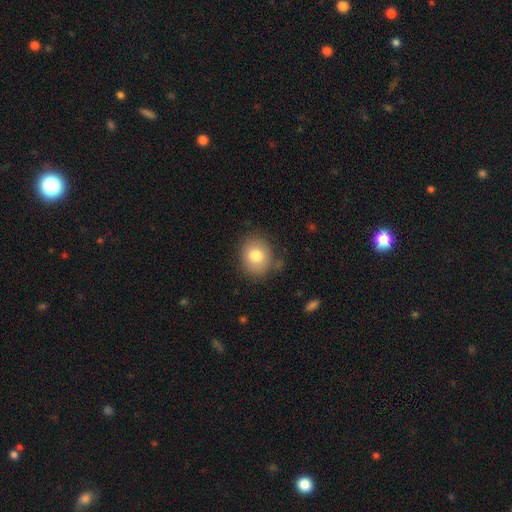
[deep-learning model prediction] Smooth or featured? smooth (78%)
How rounded? round (65%)
Merging? none (78%)